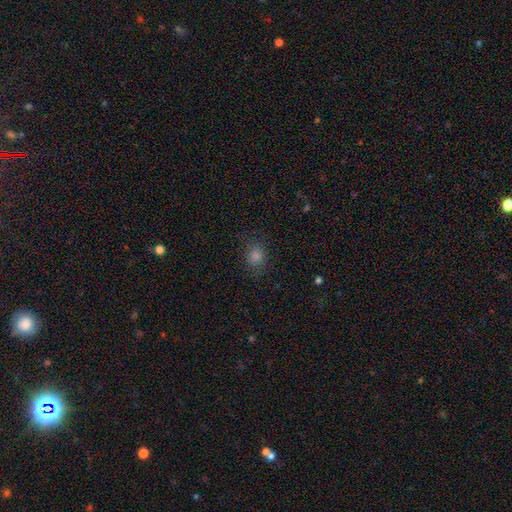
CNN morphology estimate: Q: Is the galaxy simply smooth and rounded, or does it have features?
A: smooth — 74%.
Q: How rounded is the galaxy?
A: round — 72%.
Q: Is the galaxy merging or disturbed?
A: none — 82%.